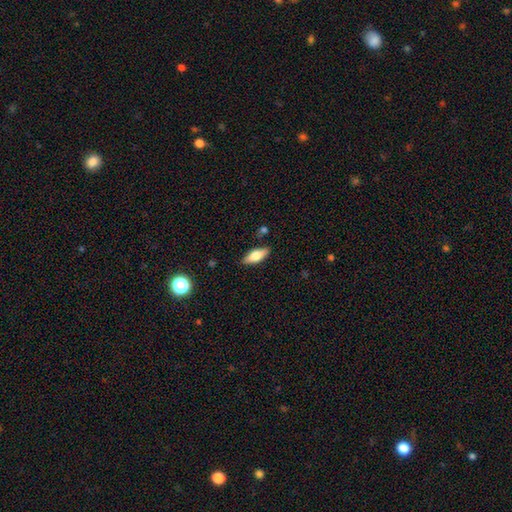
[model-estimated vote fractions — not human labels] Morphology: type=smooth (63%); roundness=in between (70%); merging=none (84%).